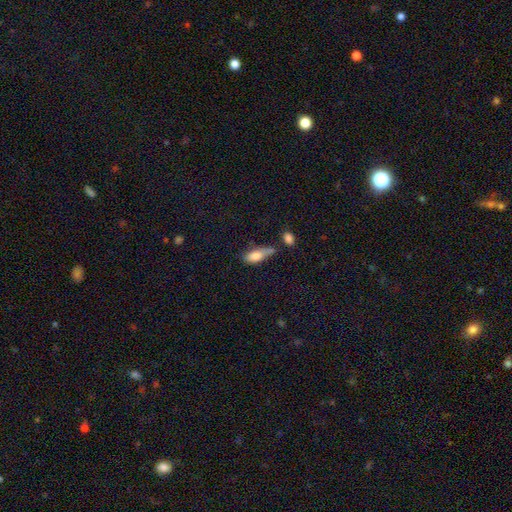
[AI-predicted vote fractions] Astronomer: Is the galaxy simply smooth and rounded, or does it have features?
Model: smooth — 79%.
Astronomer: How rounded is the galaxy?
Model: in between — 73%.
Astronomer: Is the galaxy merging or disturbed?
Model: none — 34% (runner-up: minor disturbance, 32%).